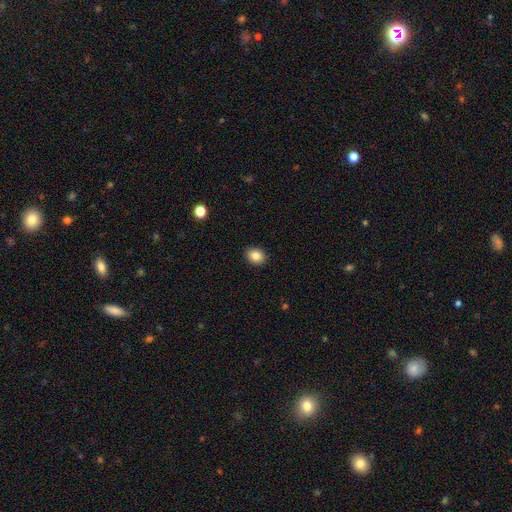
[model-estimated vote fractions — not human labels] Smooth or featured? Predicted: smooth (p=0.84). How rounded? Predicted: in between (p=0.50). Merging? Predicted: none (p=0.89).